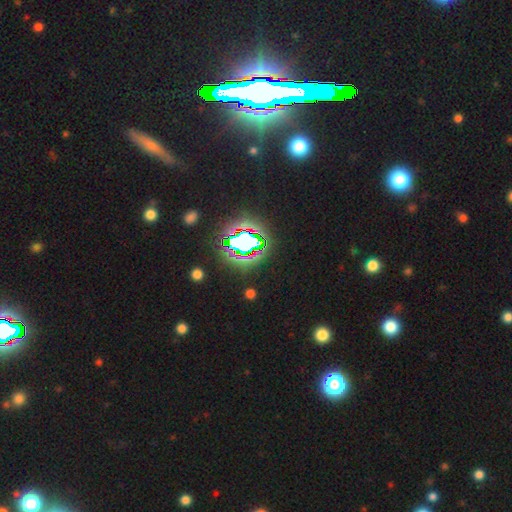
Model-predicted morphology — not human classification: A star or artifact, not a galaxy (80%).

Vote fractions:
- Smooth or featured? star or artifact: 80% / featured or disk: 10% / smooth: 10%